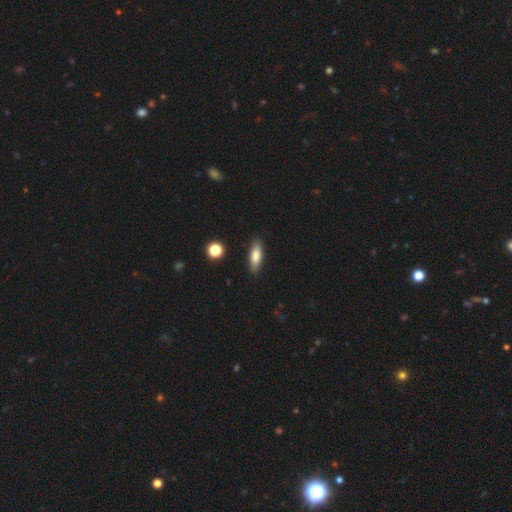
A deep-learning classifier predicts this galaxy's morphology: Q: Smooth or featured?
A: smooth (80%); runner-up: featured or disk (13%)
Q: How rounded?
A: in between (67%); runner-up: cigar-shaped (30%)
Q: Merging?
A: none (87%); runner-up: minor disturbance (9%)